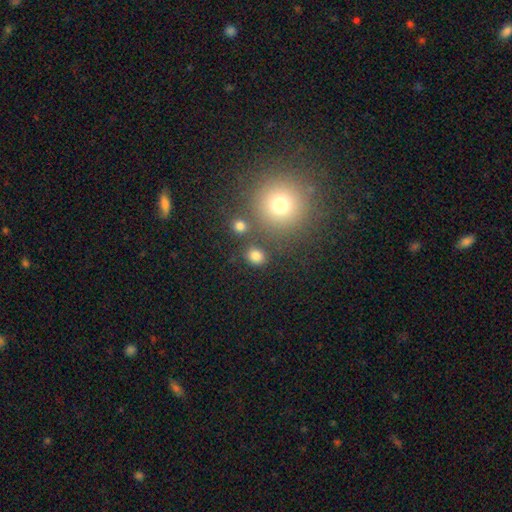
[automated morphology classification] Smooth or featured?
  - smooth: 81% *
  - star or artifact: 14%
  - featured or disk: 5%
How rounded?
  - round: 70% *
  - in between: 29%
  - cigar-shaped: 1%
Merging?
  - none: 81% *
  - minor disturbance: 9%
  - merger: 7%
  - major disturbance: 4%